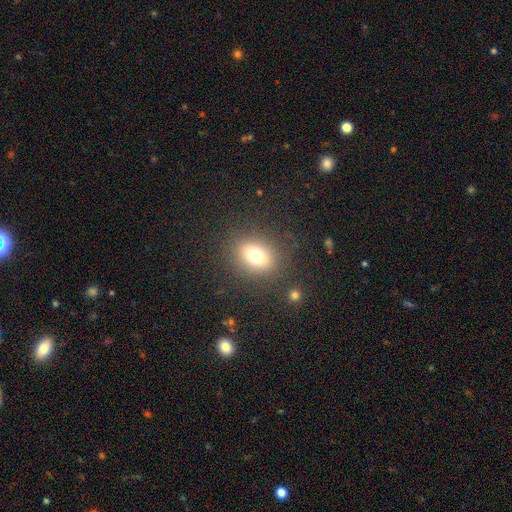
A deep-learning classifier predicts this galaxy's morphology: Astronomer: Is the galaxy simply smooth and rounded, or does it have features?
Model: smooth — 72%.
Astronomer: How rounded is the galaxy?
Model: round — 55% (runner-up: in between, 44%).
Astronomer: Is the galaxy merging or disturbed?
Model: none — 84%.